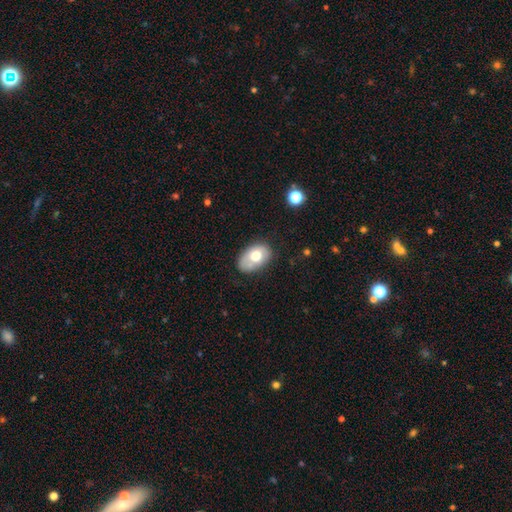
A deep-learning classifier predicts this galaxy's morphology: Smooth or featured? smooth (67%)
How rounded? in between (88%)
Merging? none (64%)